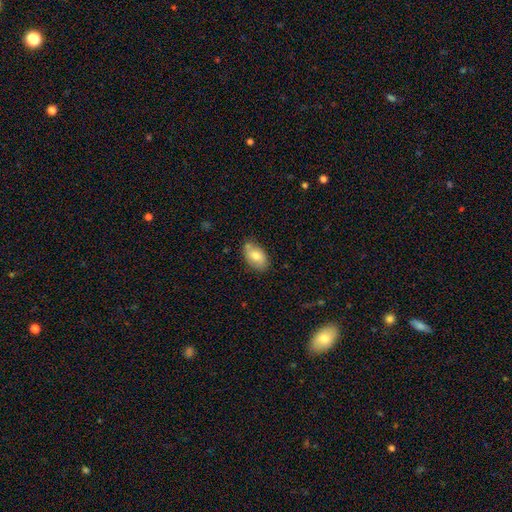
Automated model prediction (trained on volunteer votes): A smooth galaxy with no disk features (76%) that is in between round and cigar-shaped (90%).

Vote fractions:
- Smooth or featured? smooth: 76% / featured or disk: 17% / star or artifact: 7%
- How rounded? in between: 90% / round: 9% / cigar-shaped: 2%
- Merging? none: 68% / minor disturbance: 20% / merger: 8% / major disturbance: 4%